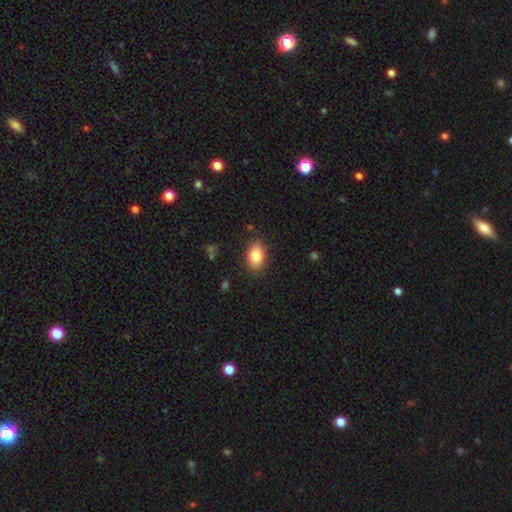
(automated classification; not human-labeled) A smooth galaxy with no disk features (85%) that is in between round and cigar-shaped (87%). Merging: none (85%).